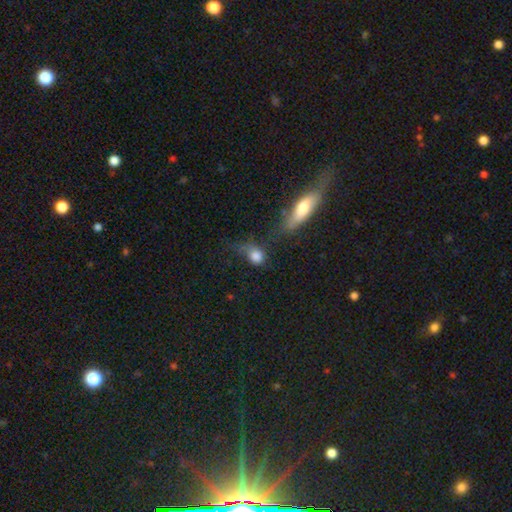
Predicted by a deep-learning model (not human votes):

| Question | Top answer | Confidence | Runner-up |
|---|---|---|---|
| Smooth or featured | smooth | 77% | featured or disk (12%) |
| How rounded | round | 56% | in between (40%) |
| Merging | none | 34% | major disturbance (27%) |